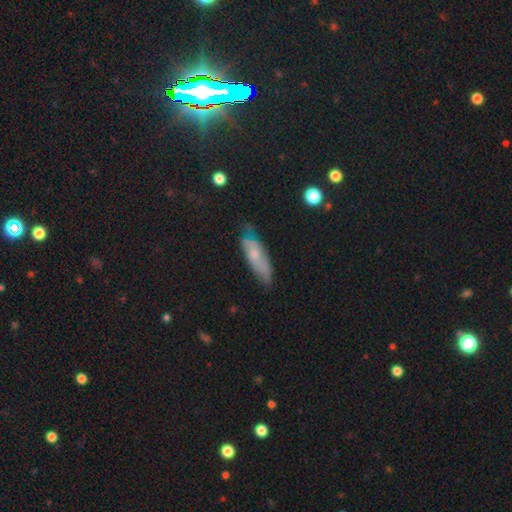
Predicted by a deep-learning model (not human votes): The model was most divided on "smooth or featured": smooth: 54%, featured or disk: 37%, star or artifact: 9%. More confident: how rounded — in between (58%); merging — none (57%).